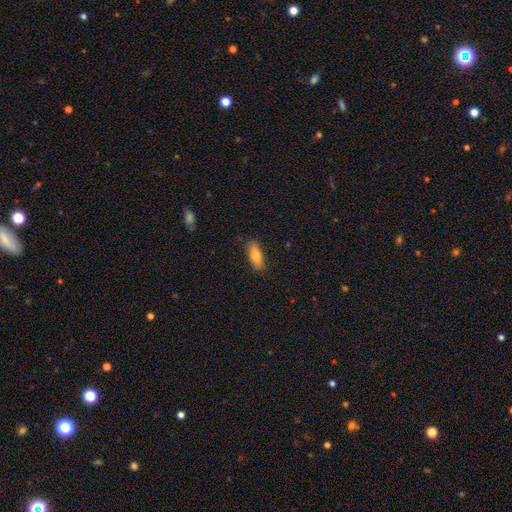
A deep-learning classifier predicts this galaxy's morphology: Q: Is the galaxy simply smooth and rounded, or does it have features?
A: smooth — 75%.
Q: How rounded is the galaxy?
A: in between — 70%.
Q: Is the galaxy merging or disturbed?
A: none — 85%.